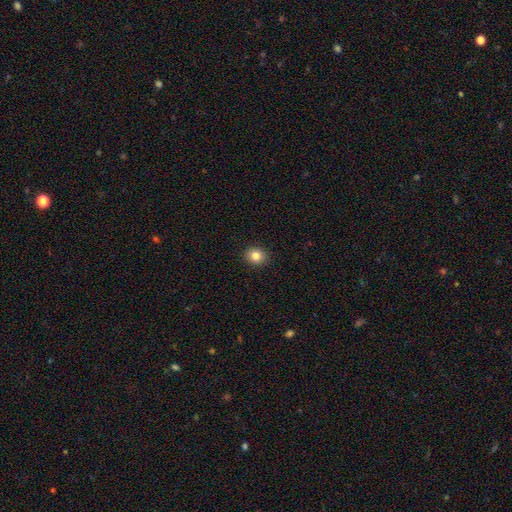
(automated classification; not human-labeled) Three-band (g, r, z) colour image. It shows a smooth galaxy with no disk features (84%) that is round (70%). Merging: none (91%).